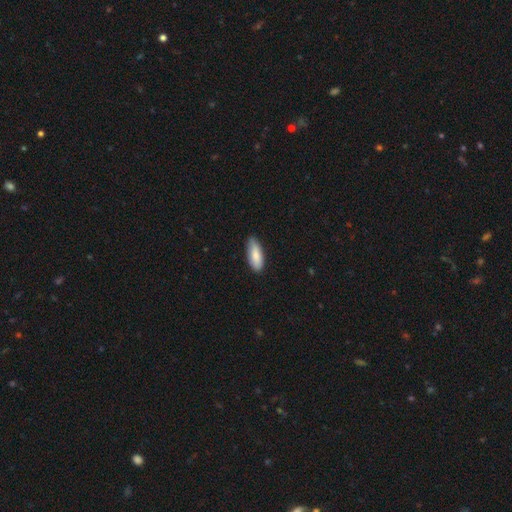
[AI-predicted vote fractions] This is clearly a smooth galaxy (84%). How rounded: likely in between (72%). Merging: clearly none (81%).